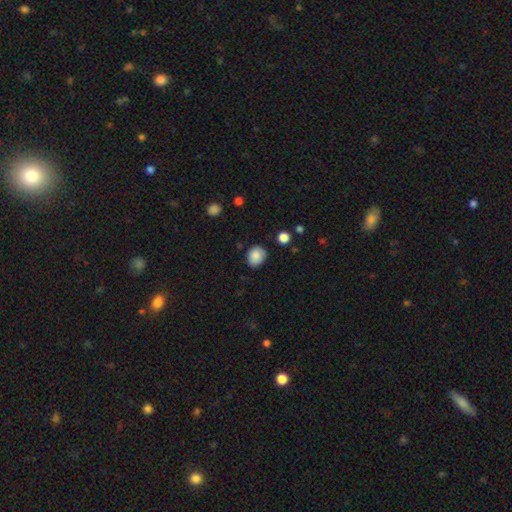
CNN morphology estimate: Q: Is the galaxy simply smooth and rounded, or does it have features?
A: smooth — 86%.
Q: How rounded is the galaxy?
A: round — 65%.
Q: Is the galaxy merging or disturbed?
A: none — 78%.